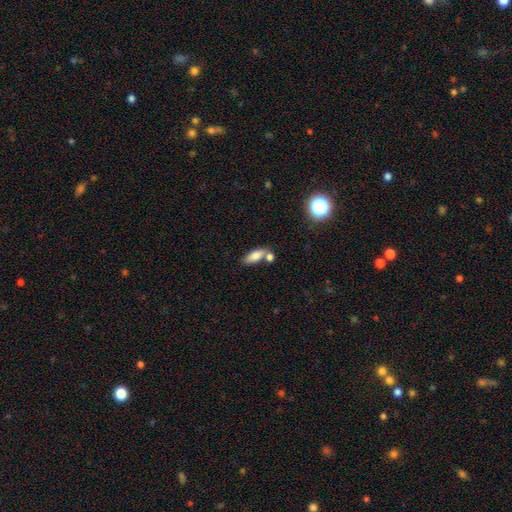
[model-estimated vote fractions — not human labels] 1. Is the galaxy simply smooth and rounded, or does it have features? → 78% smooth, 13% featured or disk, 9% star or artifact.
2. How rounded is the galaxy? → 74% in between, 22% cigar-shaped, 4% round.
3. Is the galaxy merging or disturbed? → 54% none, 28% merger, 13% minor disturbance, 4% major disturbance.